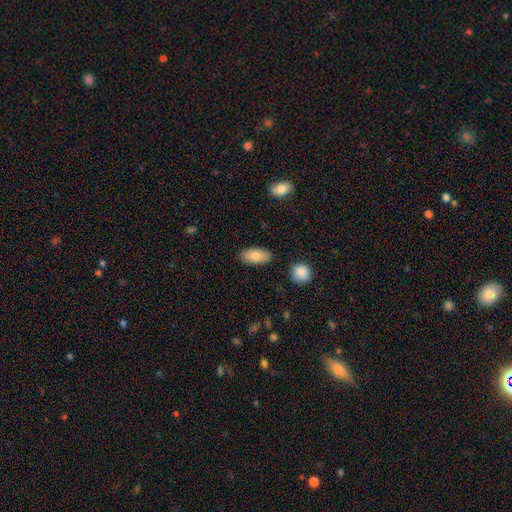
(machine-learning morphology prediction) This is clearly a smooth galaxy (83%). How rounded: clearly in between (91%). Merging: clearly none (86%).